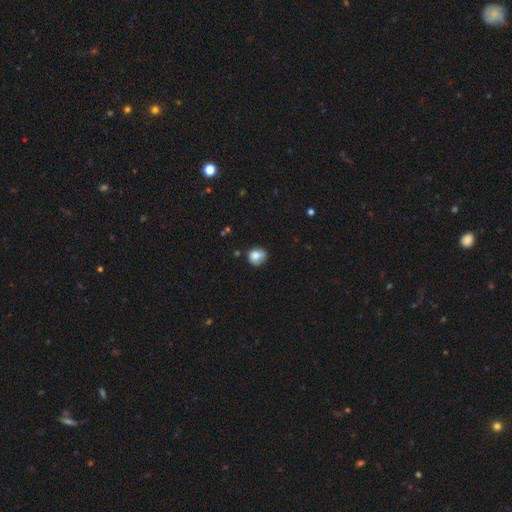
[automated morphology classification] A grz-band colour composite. It shows a smooth galaxy with no disk features (77%) that is round (73%). Merging: none (57%).